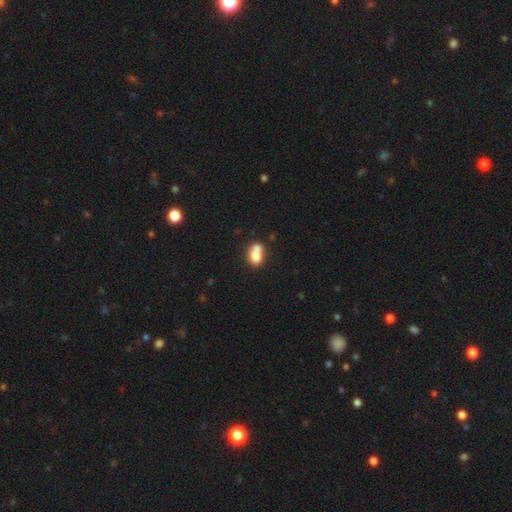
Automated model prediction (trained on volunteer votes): This appears to be a smooth galaxy with no disk features (73%) that is in between round and cigar-shaped (64%). Merging: merger (54%).